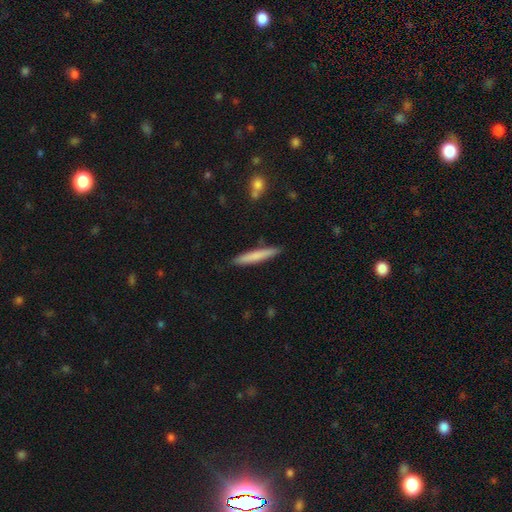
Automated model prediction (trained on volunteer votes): A smooth galaxy with no disk features (75%) that is cigar-shaped (94%). Merging: none (89%).